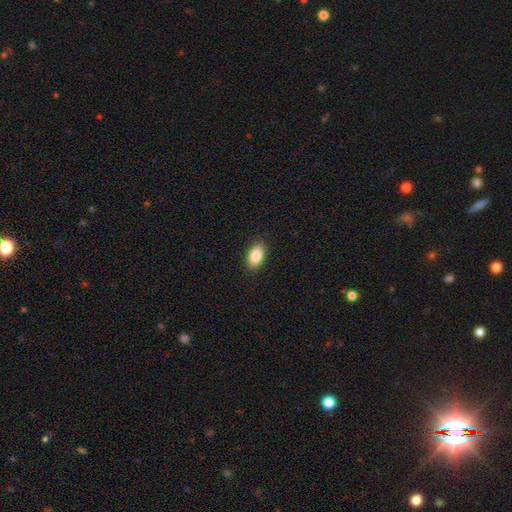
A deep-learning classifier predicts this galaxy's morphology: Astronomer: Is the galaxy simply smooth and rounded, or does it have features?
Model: smooth — 85%.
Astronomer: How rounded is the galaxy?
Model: in between — 91%.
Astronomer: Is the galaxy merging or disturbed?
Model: none — 90%.